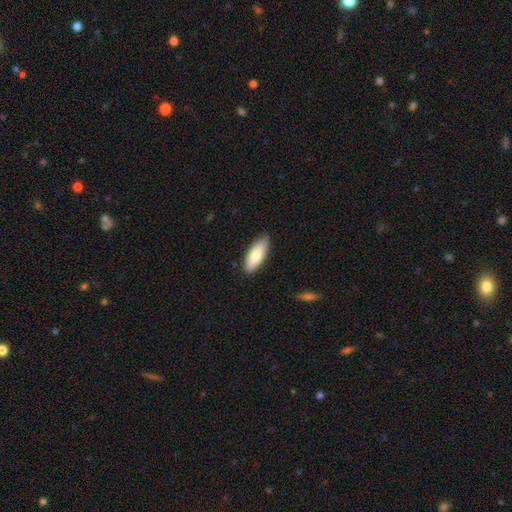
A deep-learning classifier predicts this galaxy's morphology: Smooth or featured: smooth — 79% (featured or disk — 15%)
How rounded: in between — 75% (cigar-shaped — 23%)
Merging: none — 85% (minor disturbance — 12%)